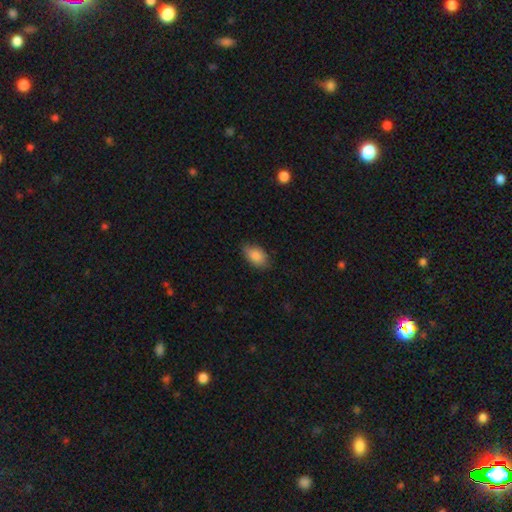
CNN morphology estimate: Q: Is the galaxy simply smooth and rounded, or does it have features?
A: smooth — 86%.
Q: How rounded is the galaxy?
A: in between — 91%.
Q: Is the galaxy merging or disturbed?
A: none — 76%.